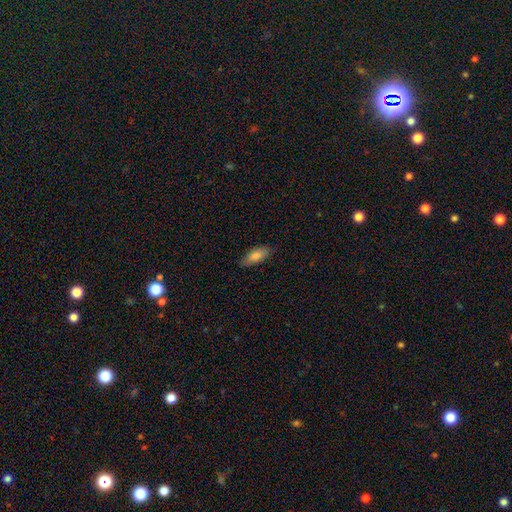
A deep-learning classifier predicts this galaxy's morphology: Smooth or featured: smooth — 80% (featured or disk — 13%)
How rounded: in between — 72% (cigar-shaped — 26%)
Merging: none — 85% (minor disturbance — 12%)